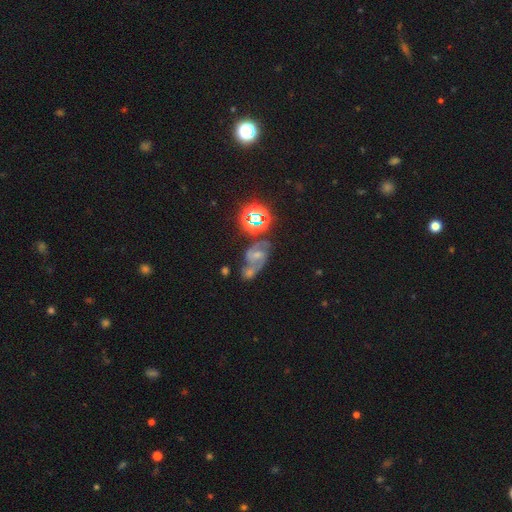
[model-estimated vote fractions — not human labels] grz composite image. It shows a featured or disk galaxy (60%) with a weak bar (44%), 2 (82%) medium (52%) spiral arms (89%) and a small central bulge (41%). Merging: none (35%).